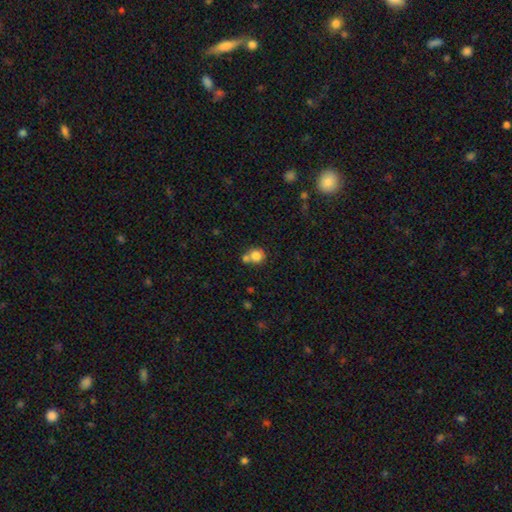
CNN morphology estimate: This appears to be a smooth galaxy with no disk features (80%) that is round (84%). Merging: none (45%).